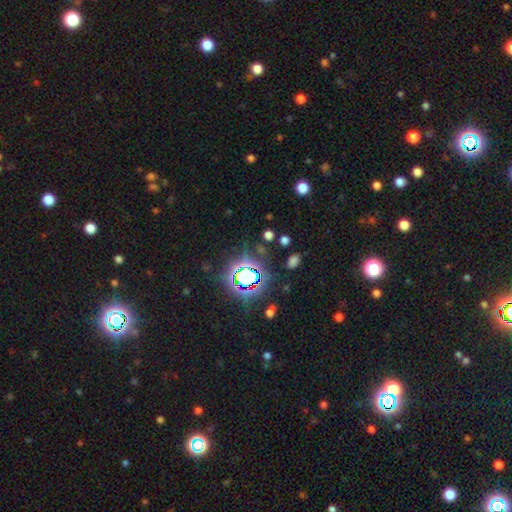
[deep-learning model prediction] Smooth or featured: star or artifact — 82% (smooth — 11%)